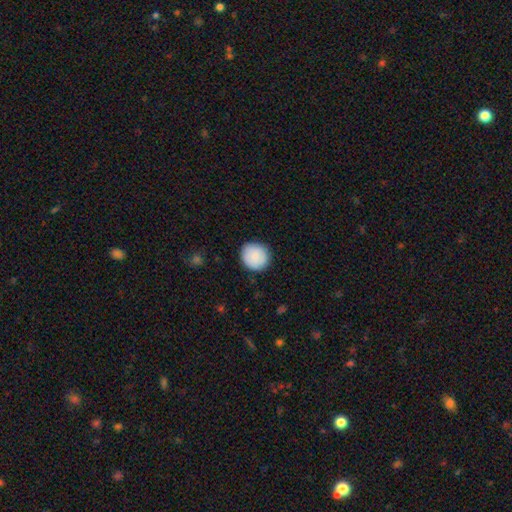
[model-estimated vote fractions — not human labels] The model was most divided on "merging": none: 87%, minor disturbance: 10%, major disturbance: 2%, merger: 1%. More confident: how rounded — round (91%); smooth or featured — smooth (87%).